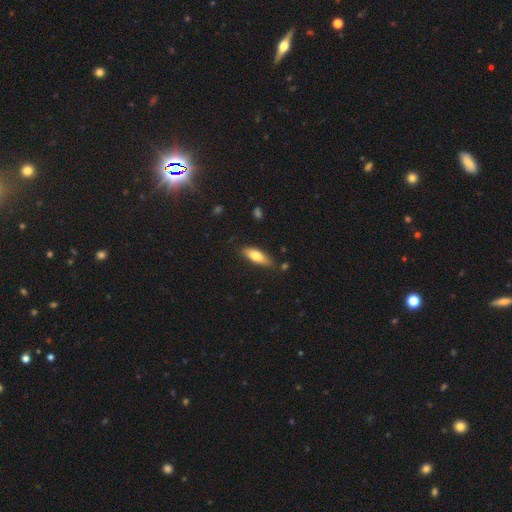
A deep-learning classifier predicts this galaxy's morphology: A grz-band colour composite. It shows a smooth galaxy with no disk features (73%) that is in between round and cigar-shaped (61%). Merging: none (81%).